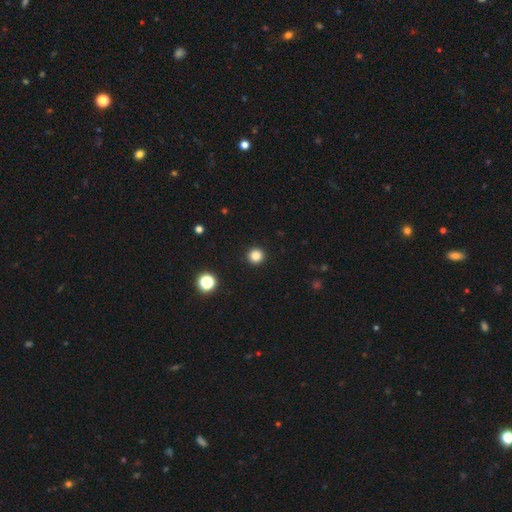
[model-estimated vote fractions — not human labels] Morphology: type=smooth (84%); roundness=round (95%); merging=none (93%).